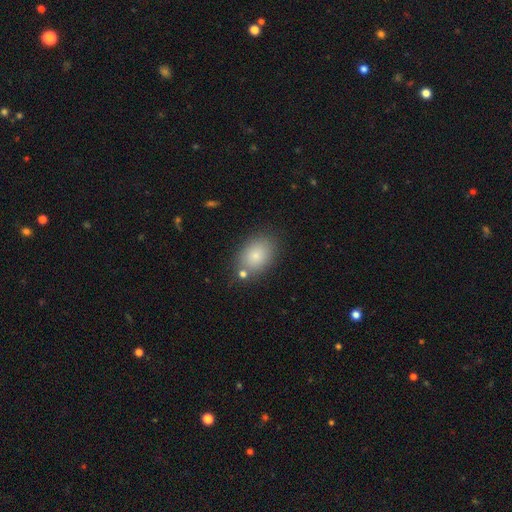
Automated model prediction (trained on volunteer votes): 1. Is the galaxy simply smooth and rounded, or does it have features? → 81% smooth, 10% featured or disk, 9% star or artifact.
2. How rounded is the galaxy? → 79% in between, 20% round, 1% cigar-shaped.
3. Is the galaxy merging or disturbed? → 77% none, 13% minor disturbance, 6% merger, 4% major disturbance.